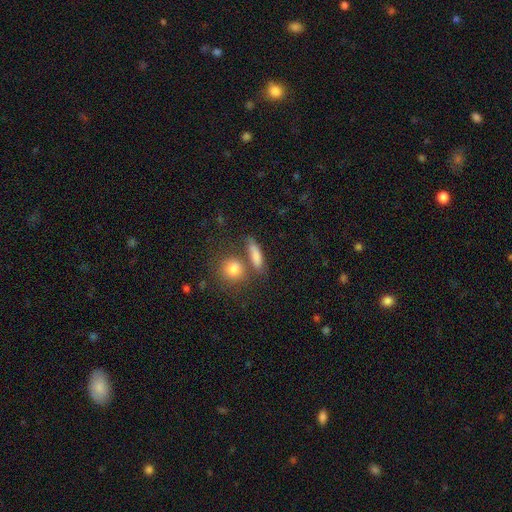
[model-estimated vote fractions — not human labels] Overall: smooth (79%). How rounded: in between (39%, tied with cigar-shaped). Merging: none (61%).